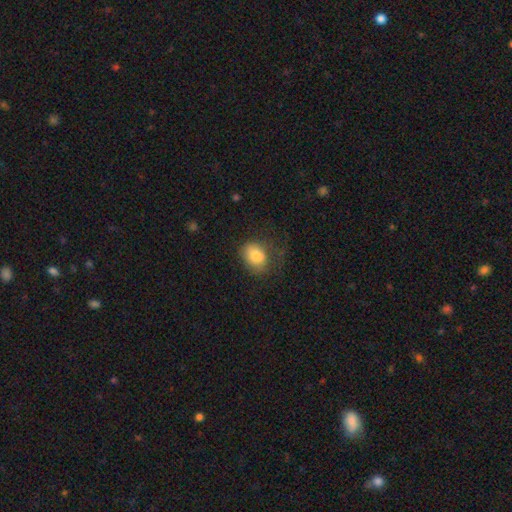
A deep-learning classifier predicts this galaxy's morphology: This appears to be a smooth galaxy with no disk features (81%) that is in between round and cigar-shaped (63%). Merging: none (58%).